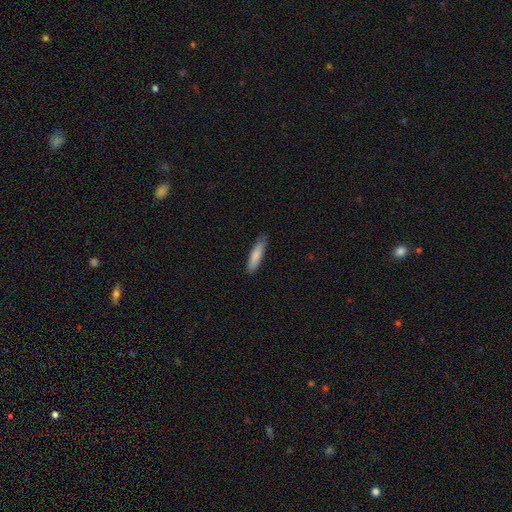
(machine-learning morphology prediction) smooth 85%, featured or disk 9%, star or artifact 6%. Down the decision tree: how rounded — cigar-shaped (74%); merging — none (83%).